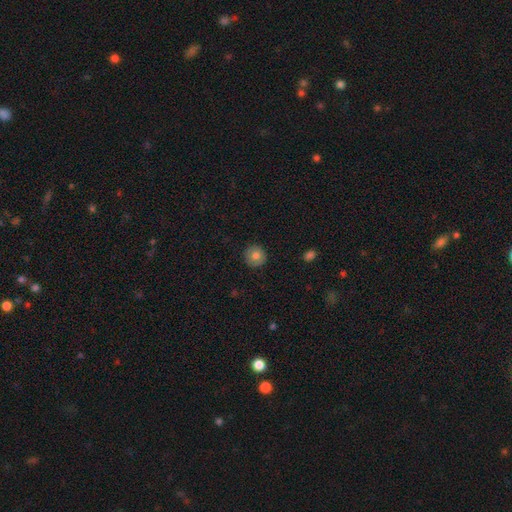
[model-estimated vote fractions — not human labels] Q: Smooth or featured?
A: smooth (77%); runner-up: featured or disk (15%)
Q: How rounded?
A: round (94%); runner-up: in between (5%)
Q: Merging?
A: none (90%); runner-up: minor disturbance (7%)